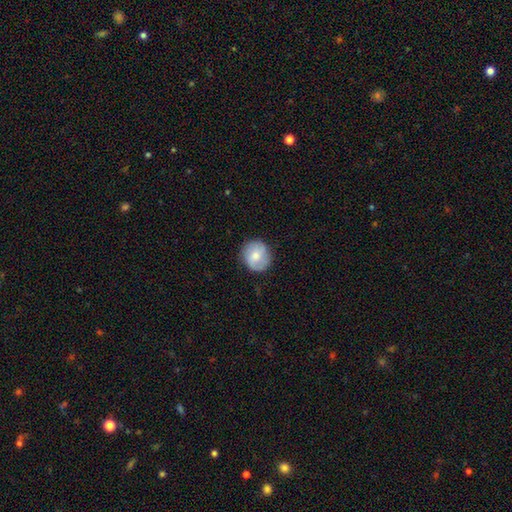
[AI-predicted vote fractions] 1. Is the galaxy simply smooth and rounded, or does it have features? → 60% smooth, 33% featured or disk, 7% star or artifact.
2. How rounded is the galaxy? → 88% round, 11% in between, 1% cigar-shaped.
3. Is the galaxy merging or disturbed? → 83% none, 13% minor disturbance, 3% major disturbance, 1% merger.